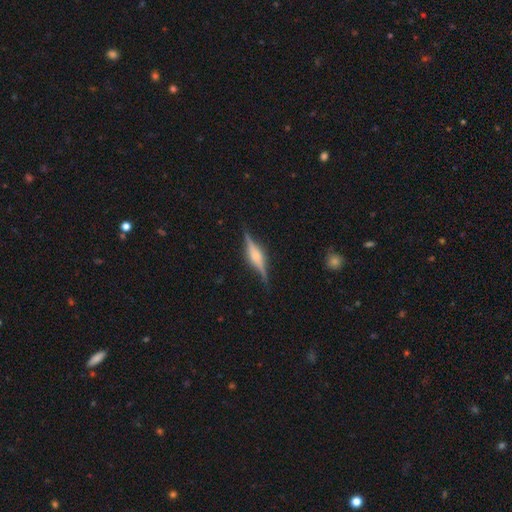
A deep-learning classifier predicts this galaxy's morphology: A featured or disk galaxy (79%) viewed edge-on (97%) with a rounded central bulge (74%).

Vote fractions:
- Smooth or featured? featured or disk: 79% / smooth: 14% / star or artifact: 7%
- Edge-on disk? yes: 97% / no: 3%
- Edge-on bulge? rounded: 74% / boxy: 22% / none: 4%
- Merging? none: 86% / minor disturbance: 10% / major disturbance: 2% / merger: 1%